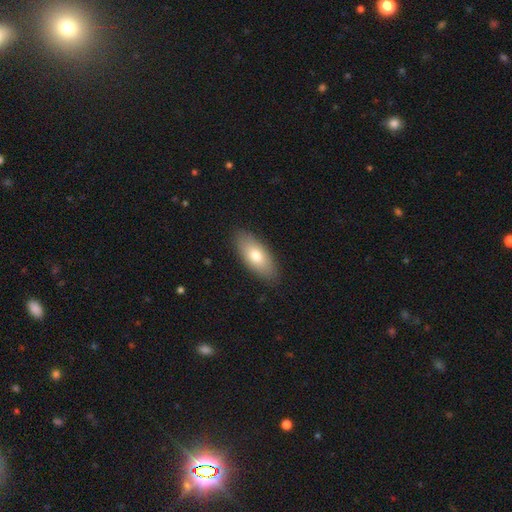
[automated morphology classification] Smooth or featured?
  - smooth: 74% *
  - featured or disk: 20%
  - star or artifact: 6%
How rounded?
  - in between: 85% *
  - cigar-shaped: 12%
  - round: 3%
Merging?
  - none: 87% *
  - minor disturbance: 10%
  - major disturbance: 2%
  - merger: 1%